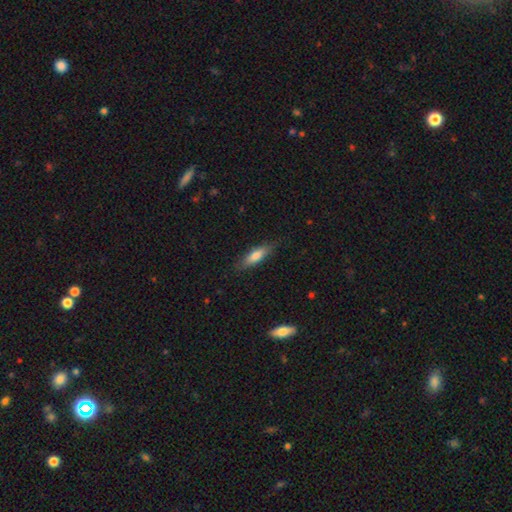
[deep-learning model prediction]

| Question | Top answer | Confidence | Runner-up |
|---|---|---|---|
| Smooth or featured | smooth | 74% | featured or disk (20%) |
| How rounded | cigar-shaped | 54% | in between (44%) |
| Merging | none | 80% | minor disturbance (15%) |